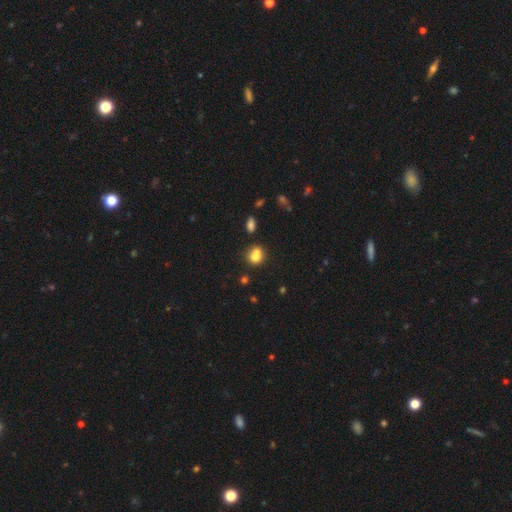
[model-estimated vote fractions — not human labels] smooth 75%, featured or disk 13%, star or artifact 12%. Down the decision tree: how rounded — round (64%); merging — merger (48%).